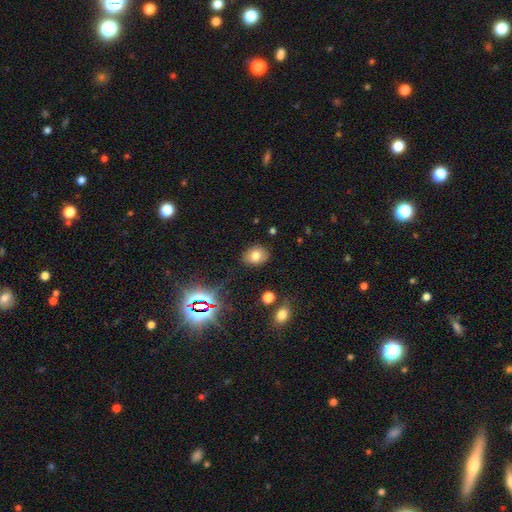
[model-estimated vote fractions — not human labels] smooth-or-featured: smooth: 75% | star or artifact: 15% | featured or disk: 10%
  how-rounded: in between: 53% | round: 46% | cigar-shaped: 1%
  merging: none: 85% | minor disturbance: 10% | major disturbance: 3% | merger: 2%